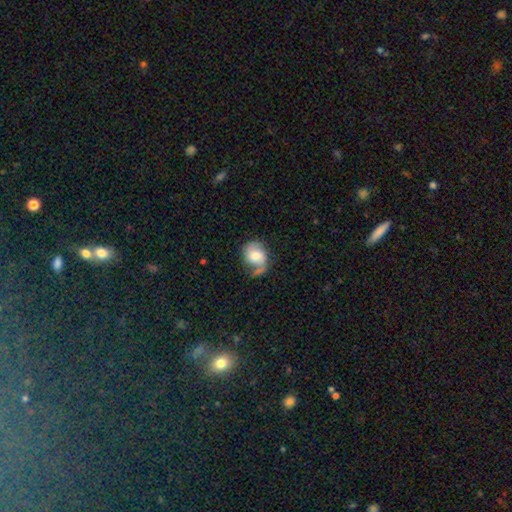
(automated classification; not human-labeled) A featured or disk galaxy (56%) with no bar (56%), spiral arms (87%) and a moderate central bulge (49%). Merging: none (46%).